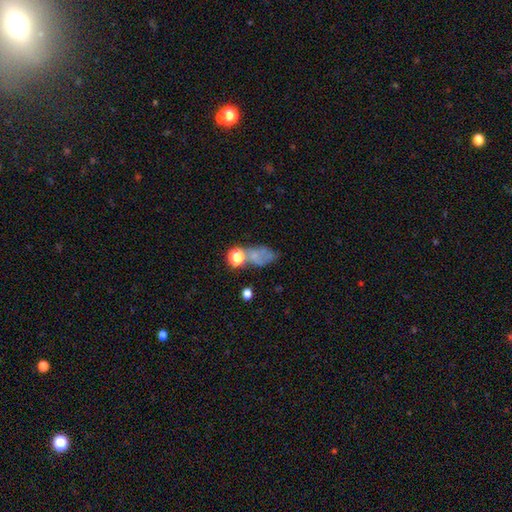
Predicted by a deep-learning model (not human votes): Smooth or featured: smooth — 50% (featured or disk — 28%)
How rounded: in between — 71% (round — 24%)
Merging: none — 38% (major disturbance — 21%)